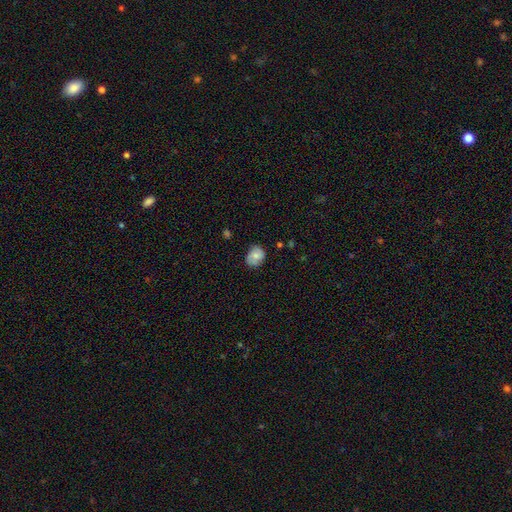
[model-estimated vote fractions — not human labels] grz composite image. It shows a smooth galaxy with no disk features (67%) that is round (51%). Merging: none (69%).